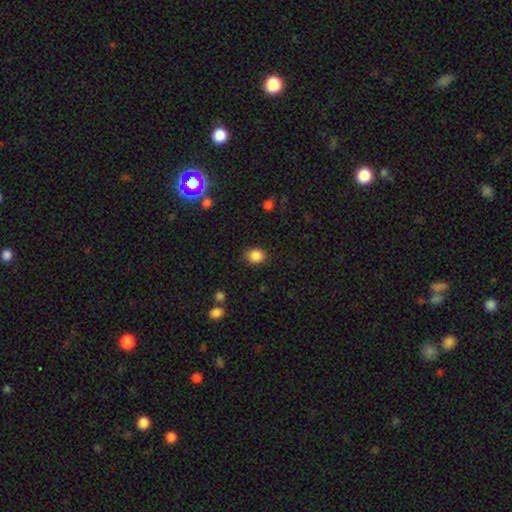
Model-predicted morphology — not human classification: A smooth galaxy with no disk features (86%) that is round (69%).

Vote fractions:
- Smooth or featured? smooth: 86% / star or artifact: 10% / featured or disk: 3%
- How rounded? round: 69% / in between: 30% / cigar-shaped: 1%
- Merging? none: 86% / minor disturbance: 9% / major disturbance: 3% / merger: 1%